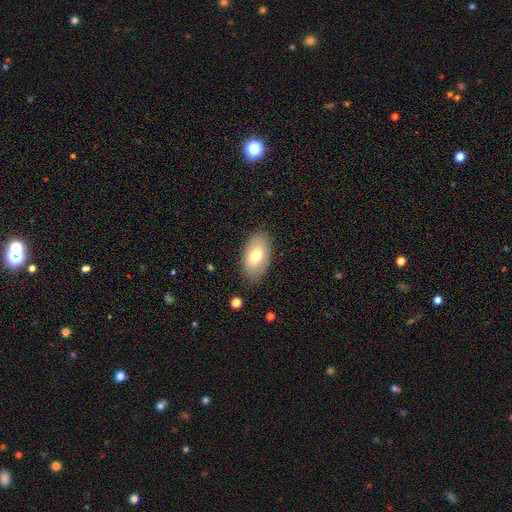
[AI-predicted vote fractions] Smooth or featured? smooth (69%)
How rounded? in between (93%)
Merging? none (83%)